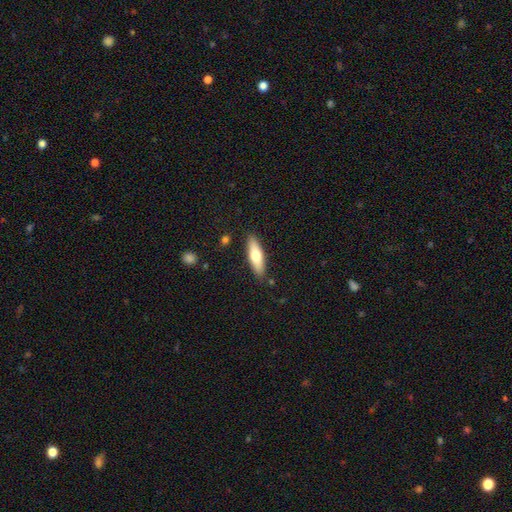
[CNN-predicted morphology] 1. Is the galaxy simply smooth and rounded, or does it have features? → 66% smooth, 29% featured or disk, 6% star or artifact.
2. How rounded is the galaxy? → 57% cigar-shaped, 41% in between, 2% round.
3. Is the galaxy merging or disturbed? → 88% none, 9% minor disturbance, 2% major disturbance, 2% merger.